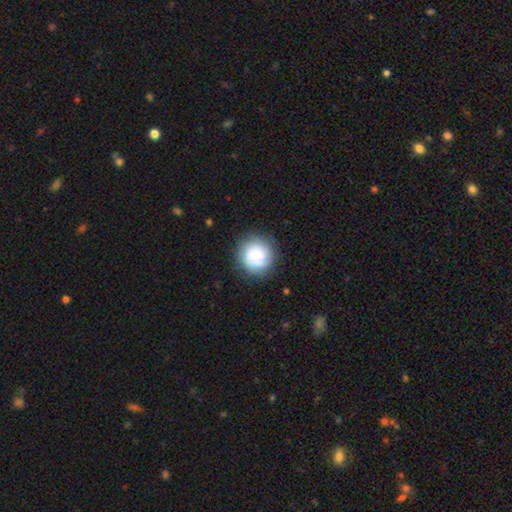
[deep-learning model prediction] Smooth or featured?
  - smooth: 75% *
  - featured or disk: 17%
  - star or artifact: 8%
How rounded?
  - round: 93% *
  - in between: 6%
  - cigar-shaped: 1%
Merging?
  - none: 84% *
  - minor disturbance: 11%
  - major disturbance: 4%
  - merger: 1%